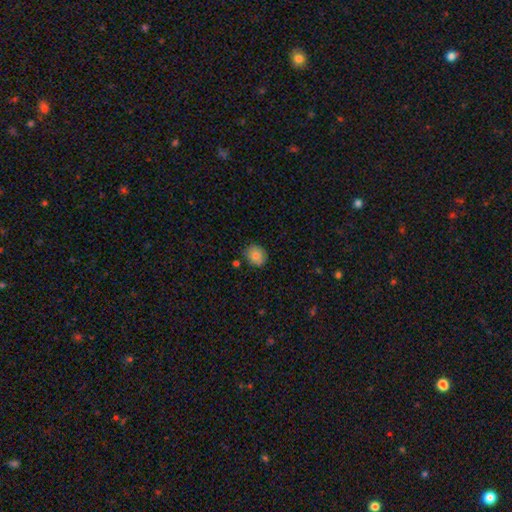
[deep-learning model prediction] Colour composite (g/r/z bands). It shows a smooth galaxy with no disk features (82%) that is round (73%). Merging: none (79%).